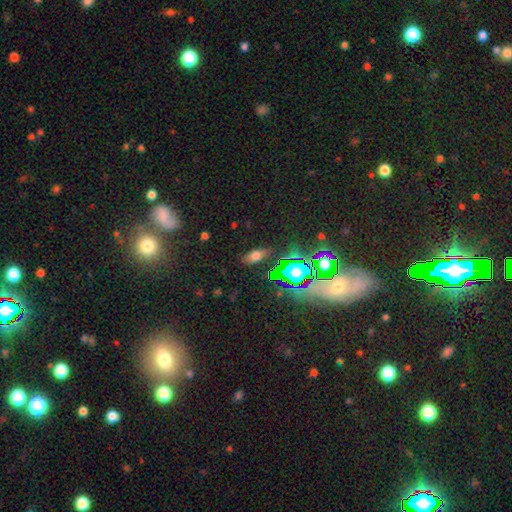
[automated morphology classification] Overall: smooth (63%; star or artifact 24%). How rounded: in between (82%). Merging: none (83%).